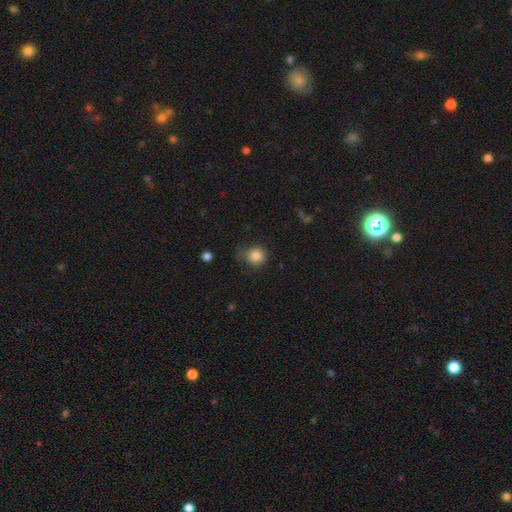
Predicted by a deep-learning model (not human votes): This appears to be a smooth galaxy with no disk features (84%) that is round (88%). Merging: none (62%).